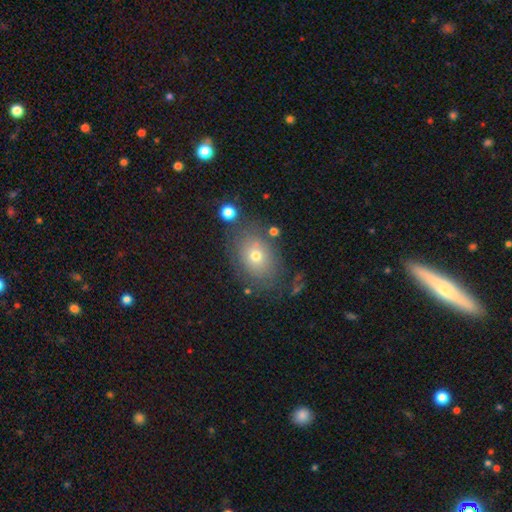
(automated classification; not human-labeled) Q: Smooth or featured?
A: smooth (64%); runner-up: featured or disk (23%)
Q: How rounded?
A: in between (71%); runner-up: round (27%)
Q: Merging?
A: none (74%); runner-up: minor disturbance (15%)